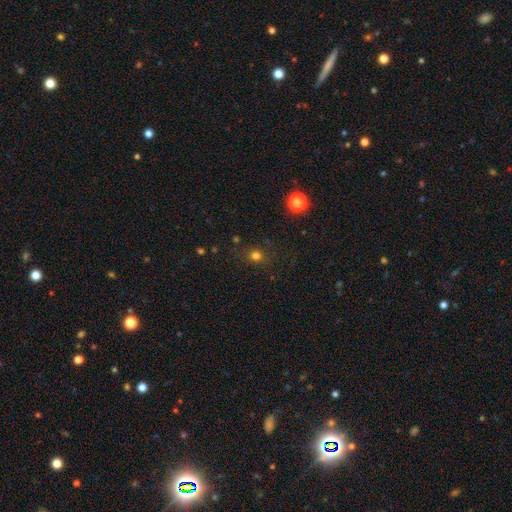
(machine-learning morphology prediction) A smooth galaxy with no disk features (72%) that is round (80%).

Vote fractions:
- Smooth or featured? smooth: 72% / star or artifact: 22% / featured or disk: 6%
- How rounded? round: 80% / in between: 19% / cigar-shaped: 1%
- Merging? none: 82% / minor disturbance: 11% / major disturbance: 5% / merger: 2%